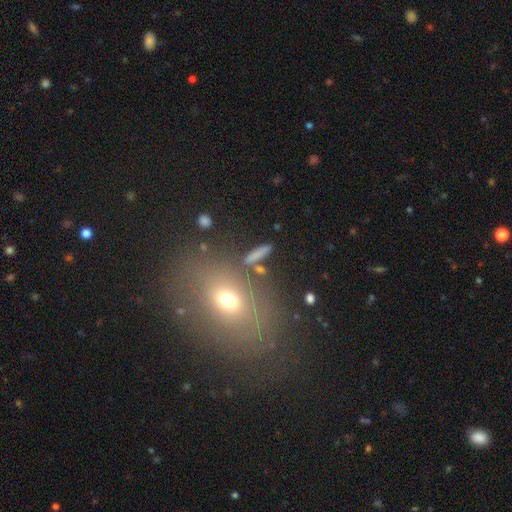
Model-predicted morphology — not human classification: smooth_or_featured: smooth (p=0.63) [alt: featured or disk p=0.19]
how_rounded: in between (p=0.43) [alt: cigar-shaped p=0.40]
merging: none (p=0.77) [alt: minor disturbance p=0.10]